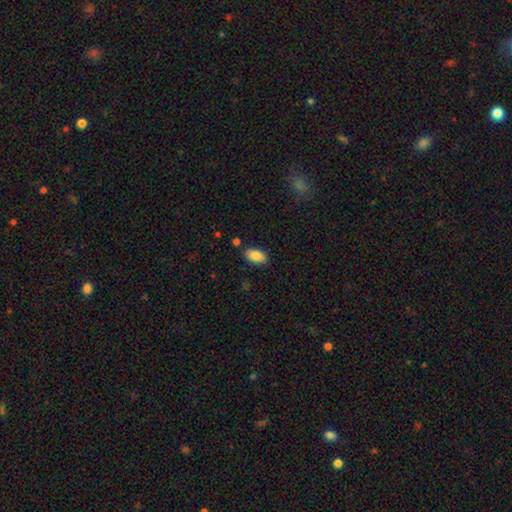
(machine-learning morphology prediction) Q: Smooth or featured?
A: smooth (87%); runner-up: star or artifact (7%)
Q: How rounded?
A: in between (94%); runner-up: round (4%)
Q: Merging?
A: none (83%); runner-up: minor disturbance (11%)